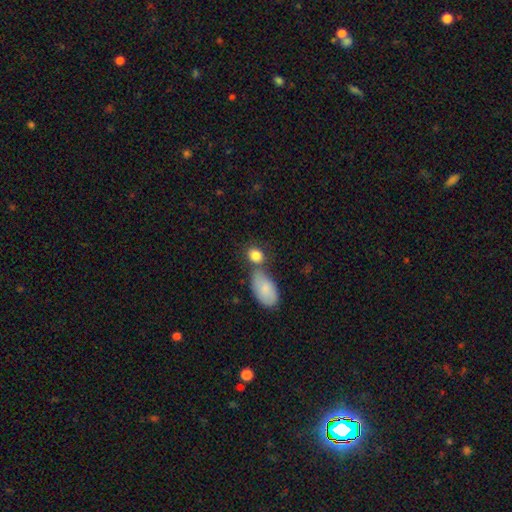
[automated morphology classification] Smooth or featured? smooth (85%)
How rounded? in between (52%)
Merging? none (54%)